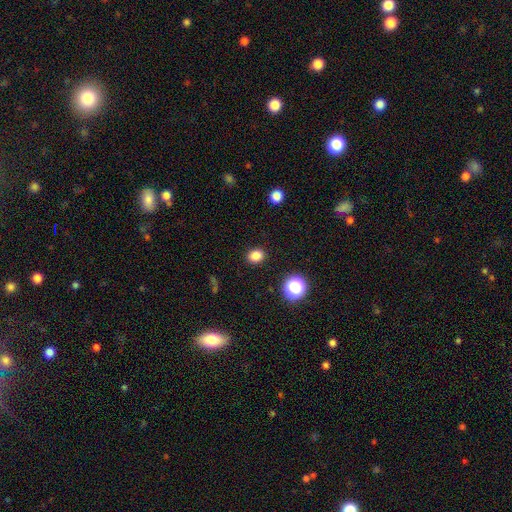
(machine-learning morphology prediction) Overall: smooth (83%). How rounded: round (53%; in between 46%). Merging: none (89%).